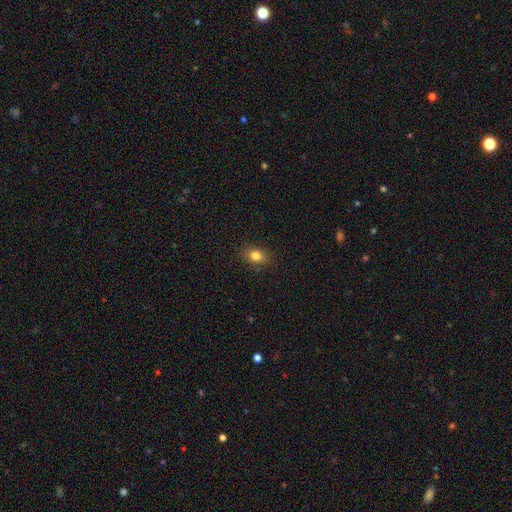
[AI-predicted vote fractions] A smooth galaxy with no disk features (82%) that is in between round and cigar-shaped (66%).

Vote fractions:
- Smooth or featured? smooth: 82% / star or artifact: 11% / featured or disk: 7%
- How rounded? in between: 66% / round: 33% / cigar-shaped: 2%
- Merging? none: 86% / minor disturbance: 10% / major disturbance: 3% / merger: 1%